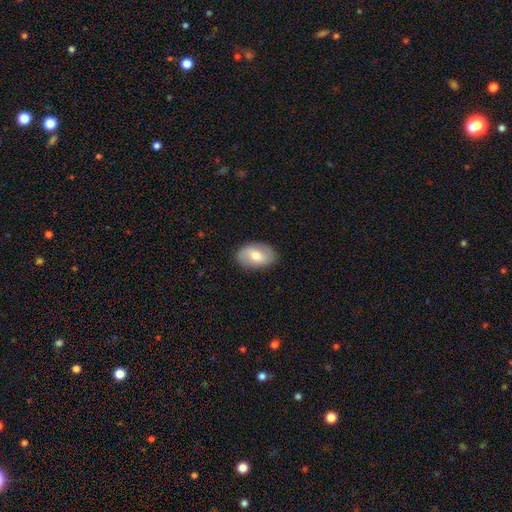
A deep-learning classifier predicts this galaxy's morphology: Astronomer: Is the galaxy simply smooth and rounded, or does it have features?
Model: smooth — 60%.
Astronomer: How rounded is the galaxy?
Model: in between — 89%.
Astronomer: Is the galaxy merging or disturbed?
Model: none — 86%.